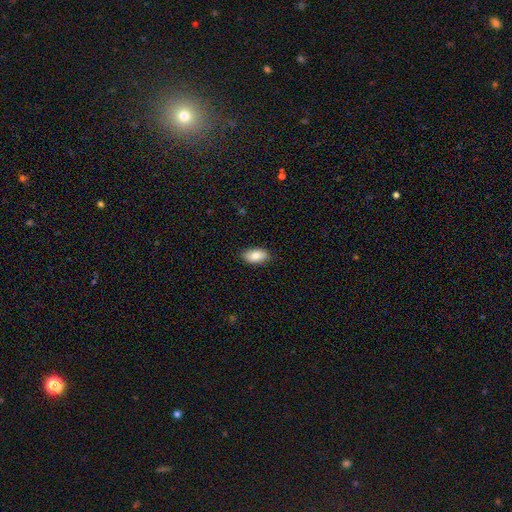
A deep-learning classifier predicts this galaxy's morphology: type=smooth (85%); roundness=in between (93%); merging=none (87%).